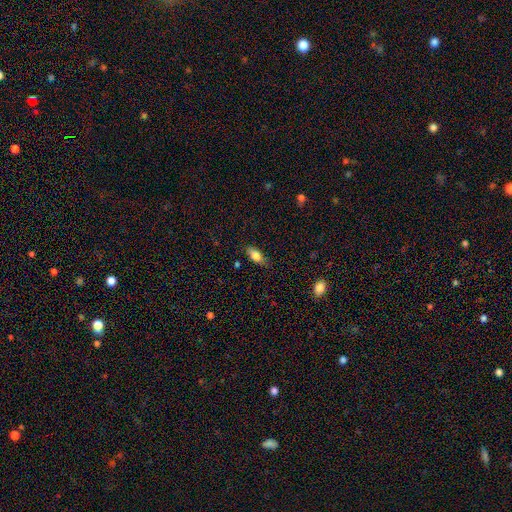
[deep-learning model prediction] smooth-or-featured: smooth: 81% | featured or disk: 12% | star or artifact: 8%
  how-rounded: in between: 84% | cigar-shaped: 13% | round: 4%
  merging: none: 80% | minor disturbance: 15% | major disturbance: 3% | merger: 1%